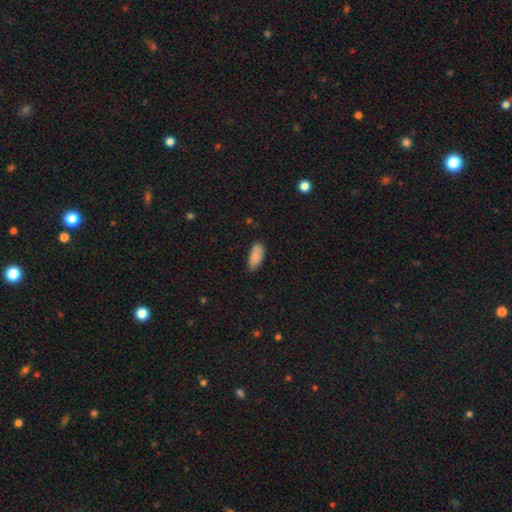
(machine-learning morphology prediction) Overall: smooth (88%). How rounded: in between (88%). Merging: none (75%).